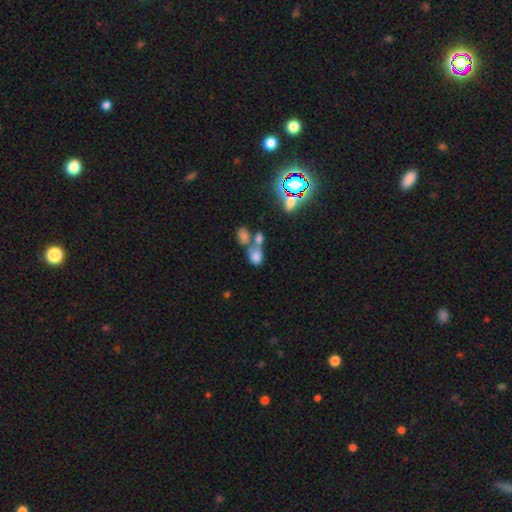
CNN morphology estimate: type=smooth (71%); roundness=in between (64%); merging=merger (61%).